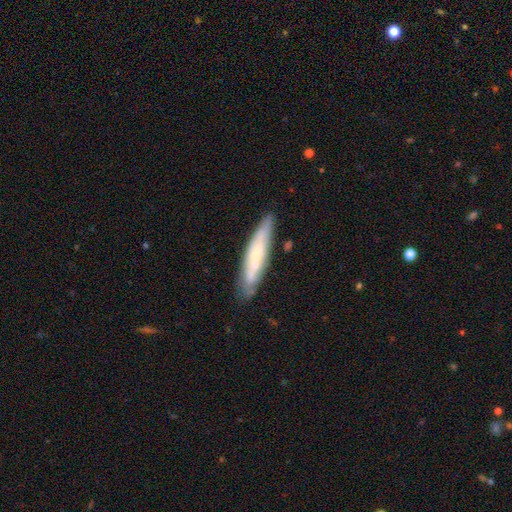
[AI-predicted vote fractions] Morphology: type=smooth (50%); roundness=cigar-shaped (86%); merging=none (79%).